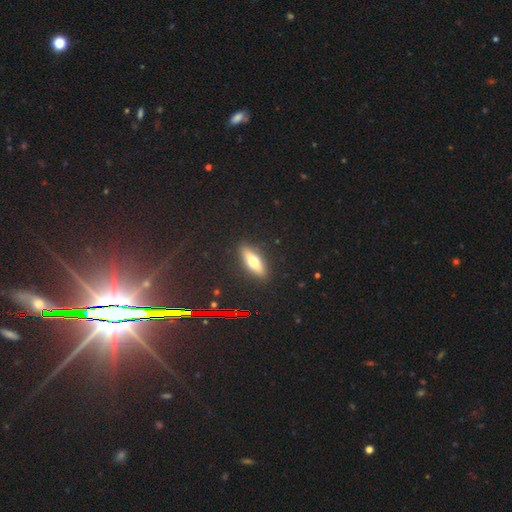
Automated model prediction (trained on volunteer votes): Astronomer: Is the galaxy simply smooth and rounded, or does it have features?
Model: smooth — 43% (runner-up: featured or disk, 35%).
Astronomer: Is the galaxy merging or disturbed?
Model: none — 89%.